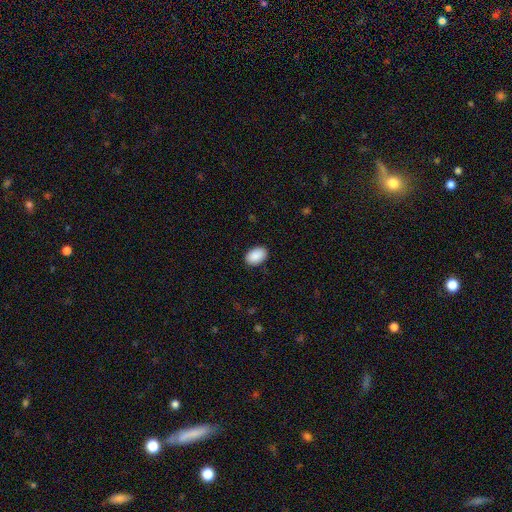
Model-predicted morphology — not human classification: Smooth or featured?
  - smooth: 91% *
  - star or artifact: 6%
  - featured or disk: 3%
How rounded?
  - in between: 90% *
  - round: 9%
  - cigar-shaped: 1%
Merging?
  - none: 88% *
  - minor disturbance: 9%
  - major disturbance: 2%
  - merger: 1%